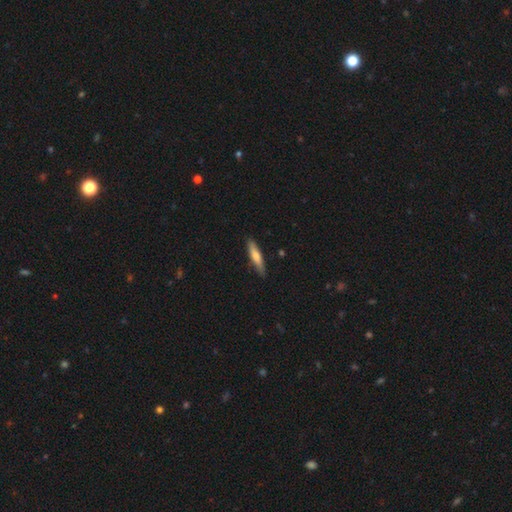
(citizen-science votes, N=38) smooth-or-featured: smooth: 61% | featured or disk: 32% | star or artifact: 8%
  how-rounded: cigar-shaped: 87% | in between: 9% | round: 4%
  merging: none: 77% | minor disturbance: 14% | merger: 6% | major disturbance: 3%